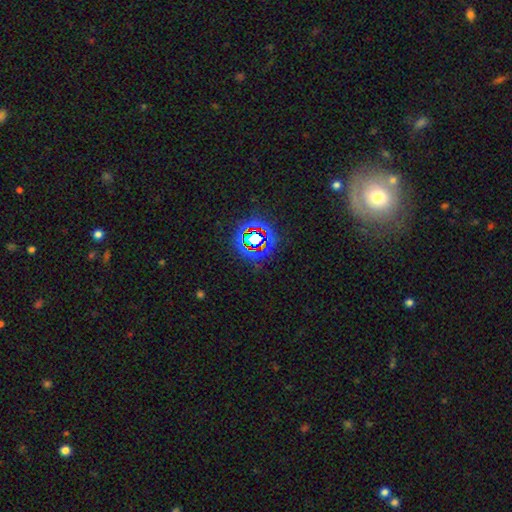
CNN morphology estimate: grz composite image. It shows a star or artifact, not a galaxy (66%).